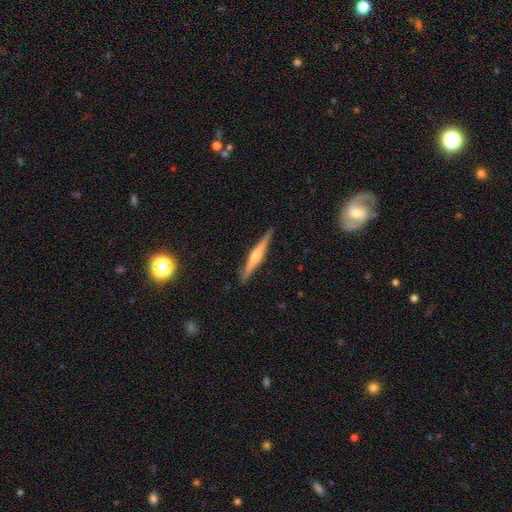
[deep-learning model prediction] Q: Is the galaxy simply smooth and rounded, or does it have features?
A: featured or disk — 73%.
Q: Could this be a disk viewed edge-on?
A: yes — 98%.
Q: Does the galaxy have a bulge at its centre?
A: rounded — 81%.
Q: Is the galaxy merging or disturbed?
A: none — 90%.